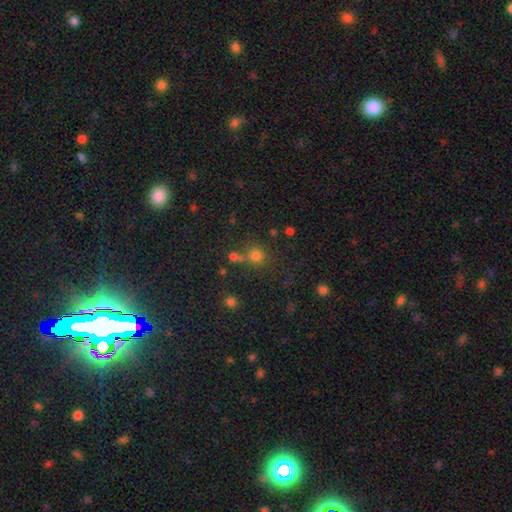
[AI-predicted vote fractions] Smooth or featured?
  - smooth: 73% *
  - star or artifact: 20%
  - featured or disk: 7%
How rounded?
  - round: 89% *
  - in between: 10%
  - cigar-shaped: 1%
Merging?
  - none: 63% *
  - merger: 22%
  - minor disturbance: 10%
  - major disturbance: 5%